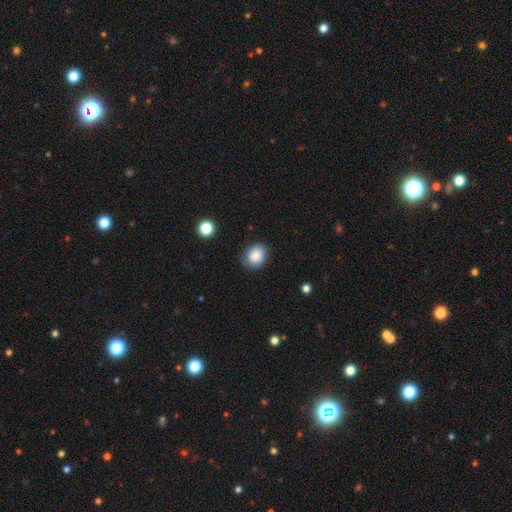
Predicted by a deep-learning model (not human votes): smooth_or_featured: smooth (p=0.85) [alt: star or artifact p=0.09]
how_rounded: round (p=0.62) [alt: in between p=0.37]
merging: none (p=0.80) [alt: minor disturbance p=0.15]